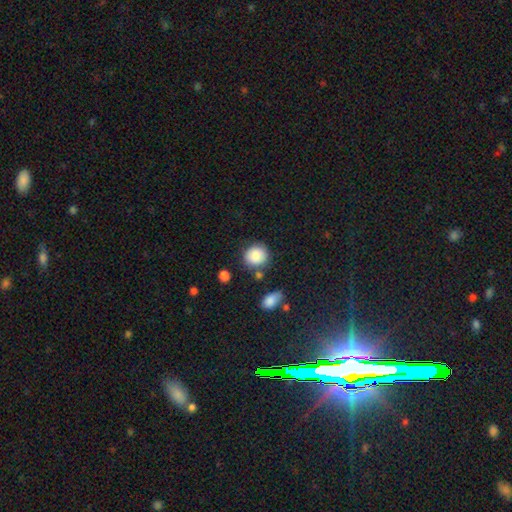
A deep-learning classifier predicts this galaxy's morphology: smooth 85%, star or artifact 8%, featured or disk 6%. Down the decision tree: how rounded — round (85%); merging — none (77%).